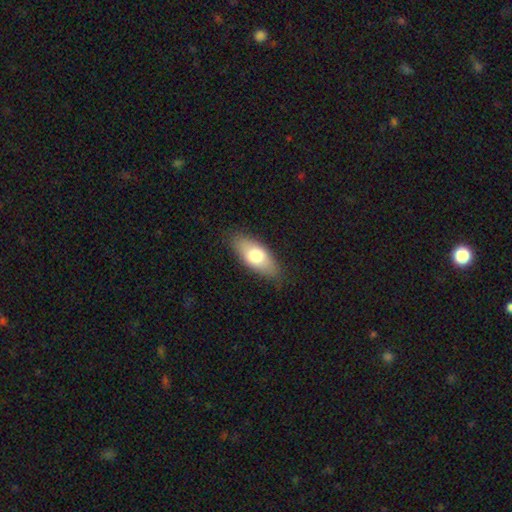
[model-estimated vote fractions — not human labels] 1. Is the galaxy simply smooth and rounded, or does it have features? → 72% smooth, 22% featured or disk, 6% star or artifact.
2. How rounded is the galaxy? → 81% in between, 16% cigar-shaped, 3% round.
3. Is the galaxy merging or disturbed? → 83% none, 13% minor disturbance, 3% major disturbance, 1% merger.